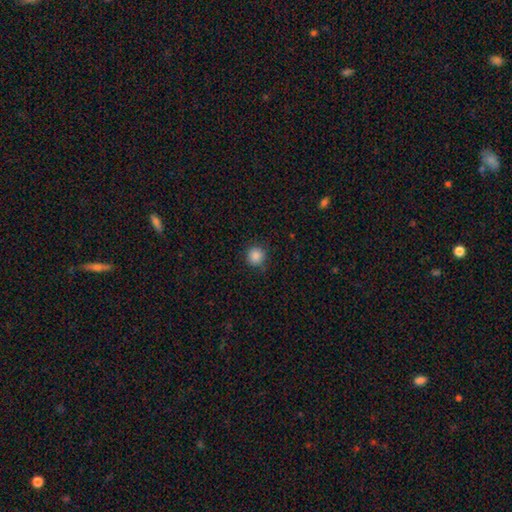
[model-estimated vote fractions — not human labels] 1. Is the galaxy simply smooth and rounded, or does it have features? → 86% smooth, 10% star or artifact, 3% featured or disk.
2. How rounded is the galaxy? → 94% round, 5% in between, 1% cigar-shaped.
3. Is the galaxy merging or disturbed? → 85% none, 11% minor disturbance, 3% major disturbance, 1% merger.